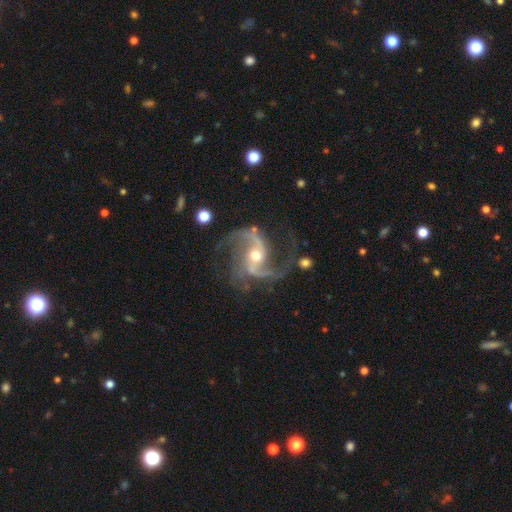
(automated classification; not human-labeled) smooth_or_featured: featured or disk (p=0.92) [alt: star or artifact p=0.06]
disk_edge_on: no (p=0.98) [alt: yes p=0.02]
bar: no (p=0.39) [alt: weak p=0.38]
has_spiral_arms: yes (p=0.98) [alt: no p=0.02]
spiral_winding: loose (p=0.50) [alt: medium p=0.43]
spiral_arm_count: 2 (p=0.80) [alt: 3 p=0.09]
bulge_size: moderate (p=0.64) [alt: small p=0.28]
merging: none (p=0.67) [alt: minor disturbance p=0.17]